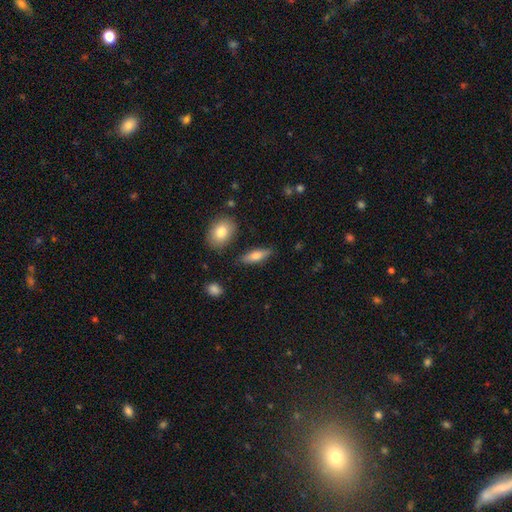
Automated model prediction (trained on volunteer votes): The model was most divided on "how rounded": in between: 55%, cigar-shaped: 42%, round: 3%. More confident: merging — none (83%); smooth or featured — smooth (70%).